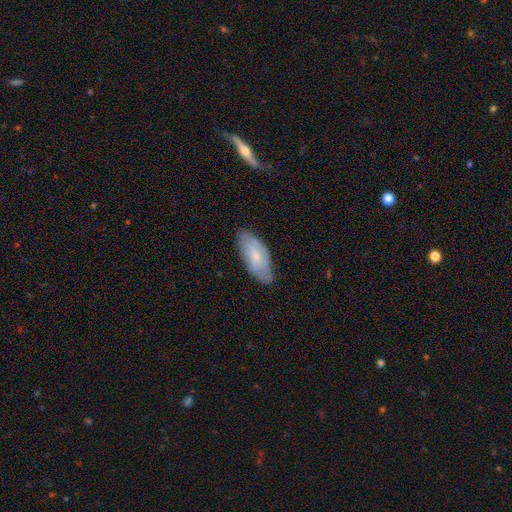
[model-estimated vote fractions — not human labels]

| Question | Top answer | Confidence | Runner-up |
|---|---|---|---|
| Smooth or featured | smooth | 67% | featured or disk (27%) |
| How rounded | in between | 88% | cigar-shaped (10%) |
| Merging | none | 74% | minor disturbance (21%) |